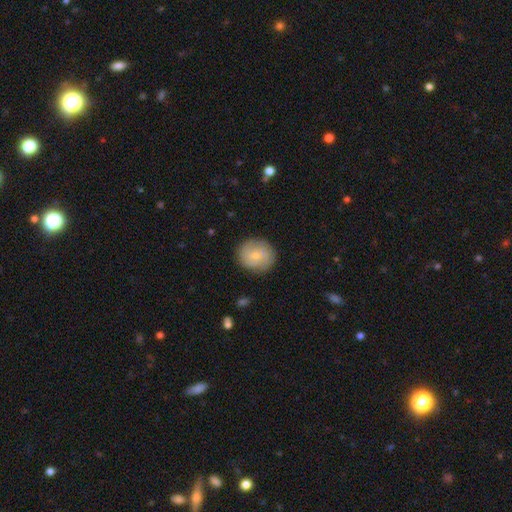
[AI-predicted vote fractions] smooth_or_featured: smooth (p=0.56) [alt: featured or disk p=0.37]
how_rounded: round (p=0.87) [alt: in between p=0.12]
merging: none (p=0.84) [alt: minor disturbance p=0.12]